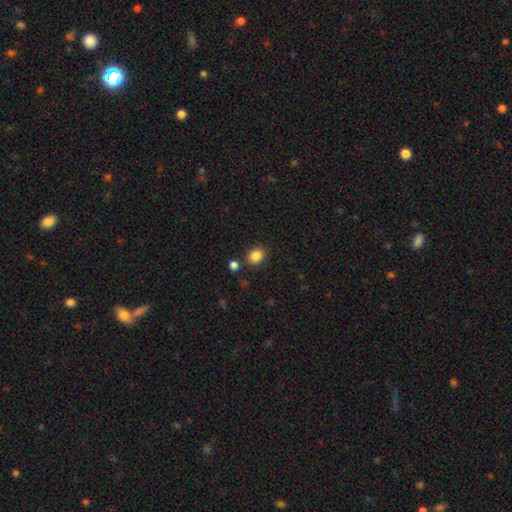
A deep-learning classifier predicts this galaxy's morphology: Overall: smooth (85%). How rounded: round (67%; in between 32%). Merging: none (82%).